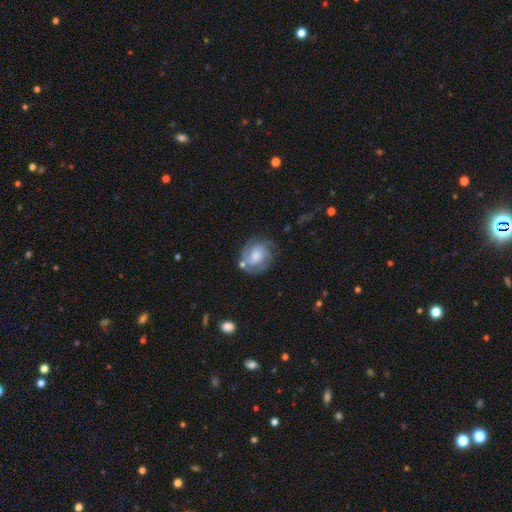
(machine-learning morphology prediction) Smooth or featured?
  - featured or disk: 61% *
  - smooth: 32%
  - star or artifact: 8%
Edge-on disk?
  - no: 97% *
  - yes: 3%
Bar?
  - no: 65% *
  - weak: 30%
  - strong: 5%
Spiral arms?
  - yes: 84% *
  - no: 16%
Bulge size?
  - moderate: 43% *
  - small: 28%
  - large: 18%
  - none: 9%
  - dominant: 2%
Merging?
  - none: 64% *
  - minor disturbance: 20%
  - major disturbance: 9%
  - merger: 6%